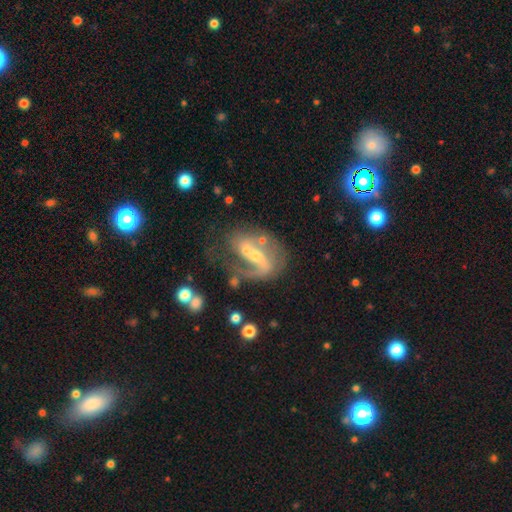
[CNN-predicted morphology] type=featured or disk (82%); edge-on=no (96%); bar=strong (37%); spiral arms=yes (89%); winding=medium (43%); arm count=2 (64%); bulge=small (57%); merging=none (42%).